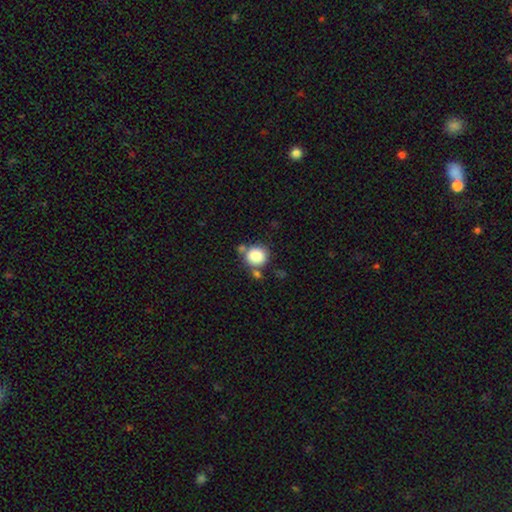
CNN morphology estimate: A smooth galaxy with no disk features (85%) that is round (85%). Merging: none (63%).